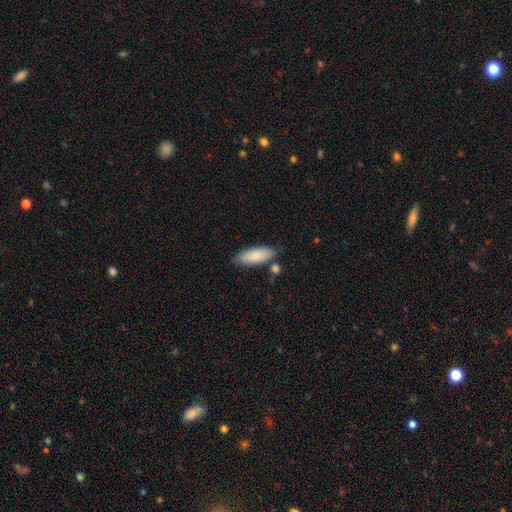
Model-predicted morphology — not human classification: Smooth or featured? Predicted: smooth (p=0.85). How rounded? Predicted: in between (p=0.76). Merging? Predicted: none (p=0.74).